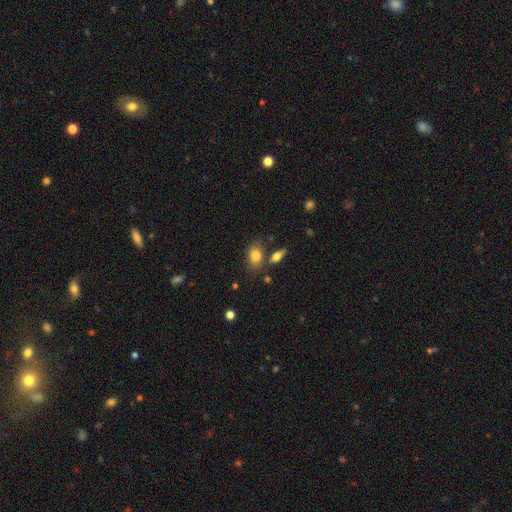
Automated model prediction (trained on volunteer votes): smooth-or-featured: smooth: 82% | featured or disk: 10% | star or artifact: 9%
  how-rounded: in between: 81% | round: 16% | cigar-shaped: 3%
  merging: none: 69% | minor disturbance: 14% | merger: 13% | major disturbance: 4%